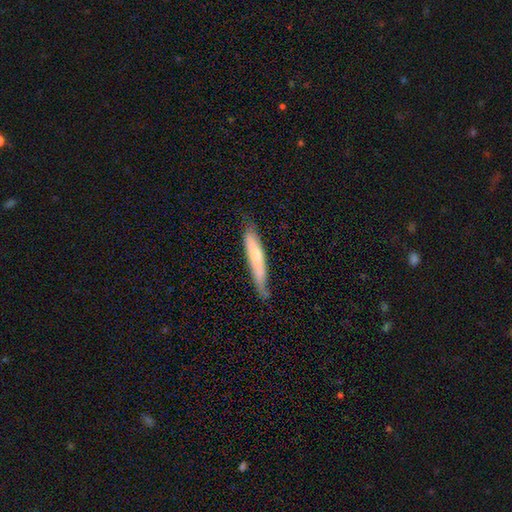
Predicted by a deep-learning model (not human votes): smooth-or-featured: smooth: 50% | featured or disk: 44% | star or artifact: 6%
  how-rounded: cigar-shaped: 88% | in between: 10% | round: 1%
  merging: none: 62% | minor disturbance: 29% | major disturbance: 7% | merger: 2%